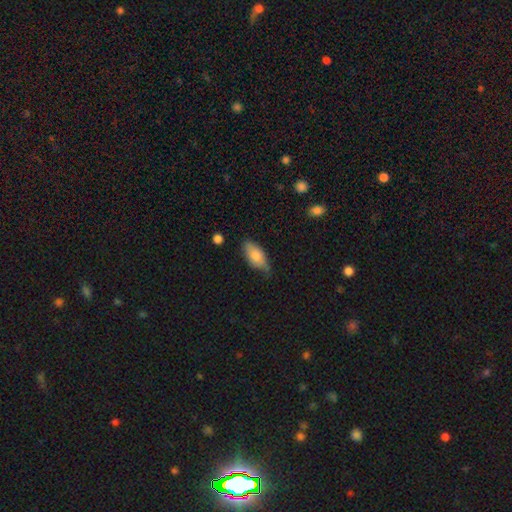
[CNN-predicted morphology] Smooth or featured? smooth (78%)
How rounded? in between (90%)
Merging? none (55%)